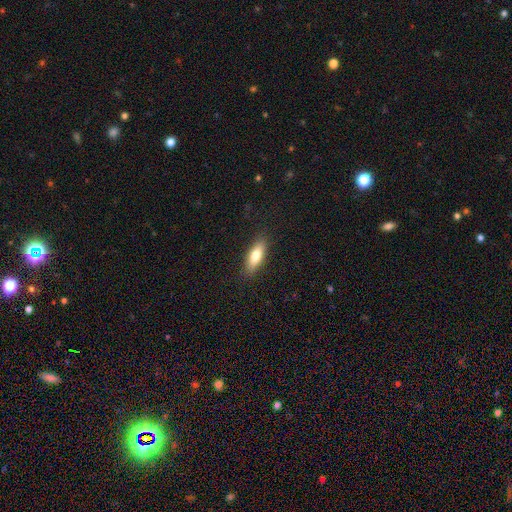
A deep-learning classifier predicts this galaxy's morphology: smooth 76%, featured or disk 18%, star or artifact 7%. Down the decision tree: how rounded — in between (62%); merging — none (88%).